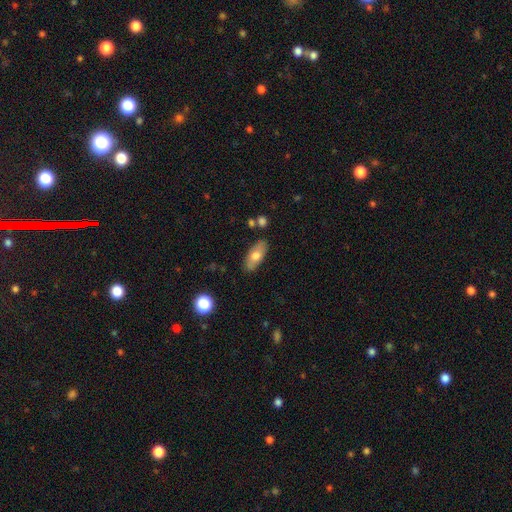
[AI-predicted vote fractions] Smooth or featured: smooth — 69% (featured or disk — 24%)
How rounded: in between — 85% (cigar-shaped — 12%)
Merging: none — 83% (minor disturbance — 12%)